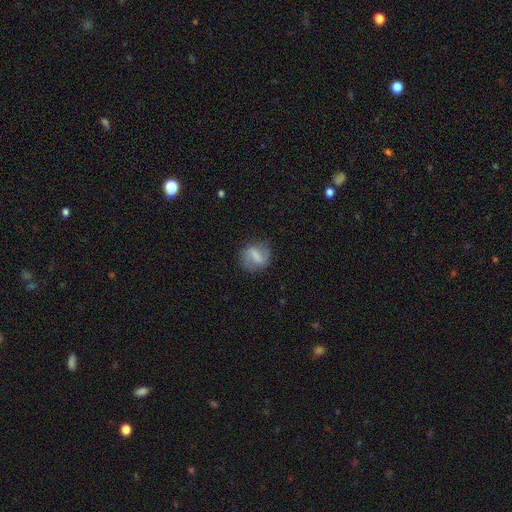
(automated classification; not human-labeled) smooth_or_featured: featured or disk (p=0.58) [alt: smooth p=0.34]
disk_edge_on: no (p=0.96) [alt: yes p=0.04]
bar: strong (p=0.51) [alt: weak p=0.36]
has_spiral_arms: yes (p=0.77) [alt: no p=0.23]
bulge_size: none (p=0.48) [alt: small p=0.25]
merging: none (p=0.73) [alt: minor disturbance p=0.17]